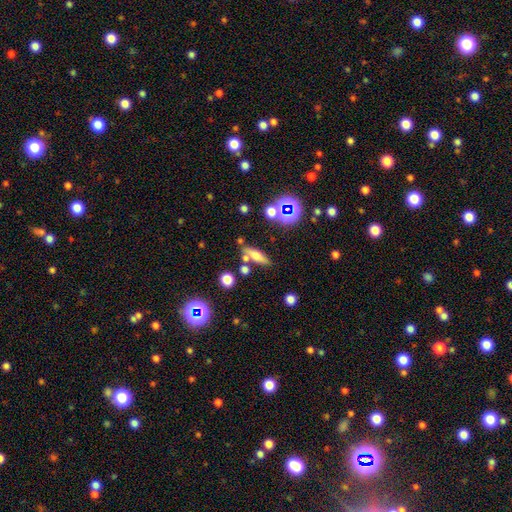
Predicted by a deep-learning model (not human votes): smooth 56%, featured or disk 30%, star or artifact 14%. Down the decision tree: how rounded — cigar-shaped (48%); merging — none (67%).